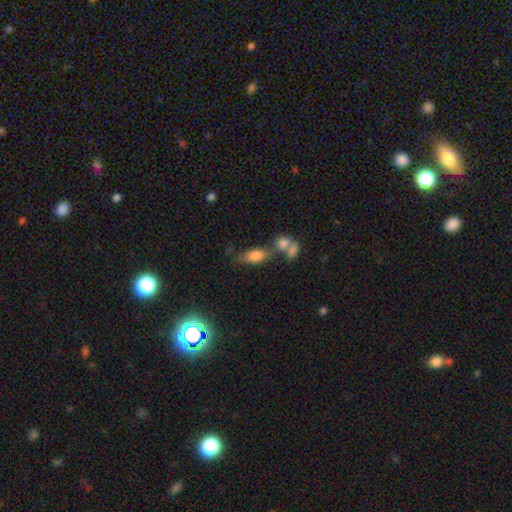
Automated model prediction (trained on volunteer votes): A smooth galaxy with no disk features (74%) that is in between round and cigar-shaped (80%).

Vote fractions:
- Smooth or featured? smooth: 74% / featured or disk: 17% / star or artifact: 9%
- How rounded? in between: 80% / cigar-shaped: 12% / round: 8%
- Merging? none: 46% / merger: 31% / minor disturbance: 16% / major disturbance: 8%